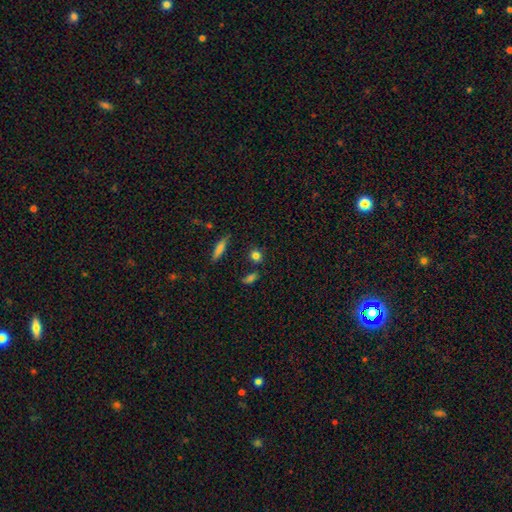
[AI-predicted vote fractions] Smooth or featured? Predicted: smooth (p=0.81). How rounded? Predicted: round (p=0.75). Merging? Predicted: none (p=0.78).